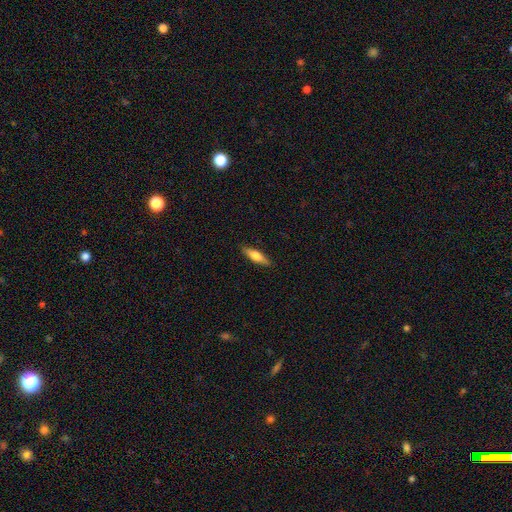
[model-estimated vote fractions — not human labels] Overall: smooth (59%; featured or disk 35%). How rounded: cigar-shaped (66%; in between 32%). Merging: none (88%).